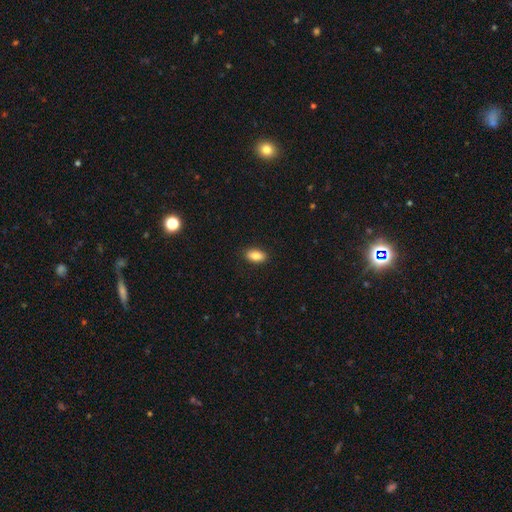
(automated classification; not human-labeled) A smooth galaxy with no disk features (85%) that is in between round and cigar-shaped (91%). Merging: none (89%).